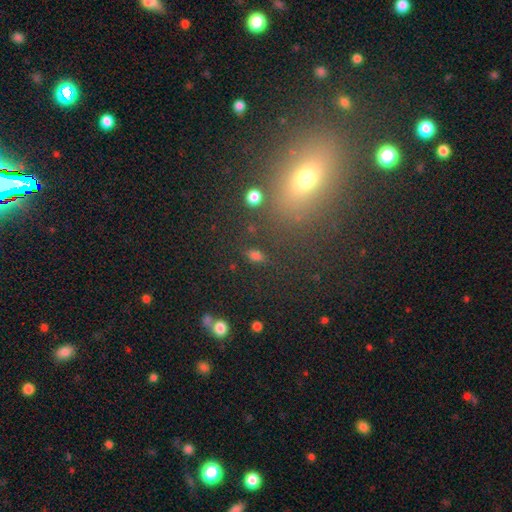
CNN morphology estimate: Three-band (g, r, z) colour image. It shows a smooth galaxy with no disk features (76%) that is in between round and cigar-shaped (81%). Merging: none (78%).